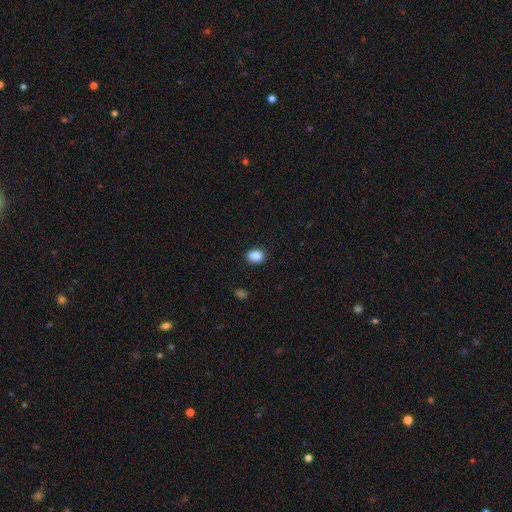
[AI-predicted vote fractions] Smooth or featured? Predicted: smooth (p=0.88). How rounded? Predicted: in between (p=0.66). Merging? Predicted: none (p=0.86).